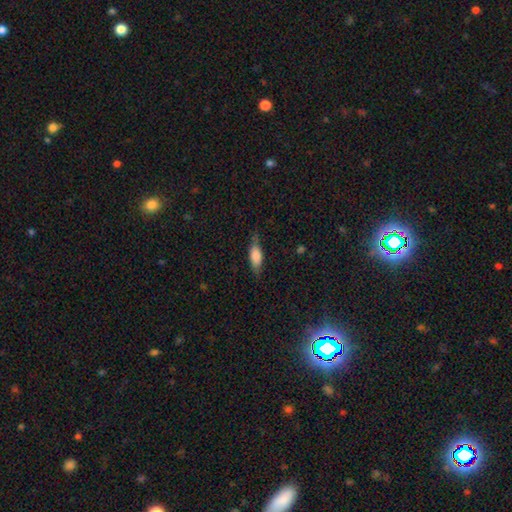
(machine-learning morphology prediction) This is likely a smooth galaxy (72%). How rounded: likely in between (68%). Merging: likely none (70%).